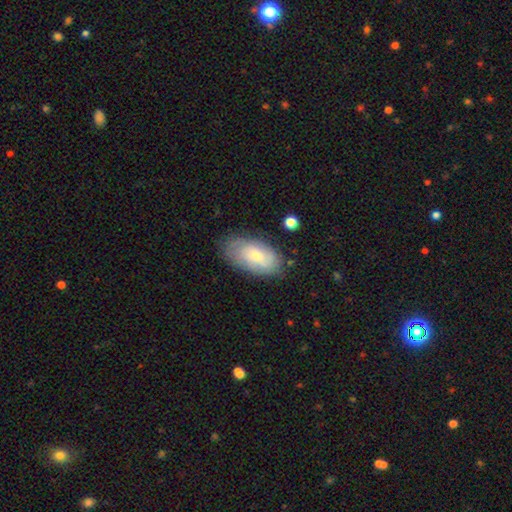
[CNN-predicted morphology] This is possibly a smooth galaxy (51%). How rounded: clearly in between (92%). Merging: likely none (74%).